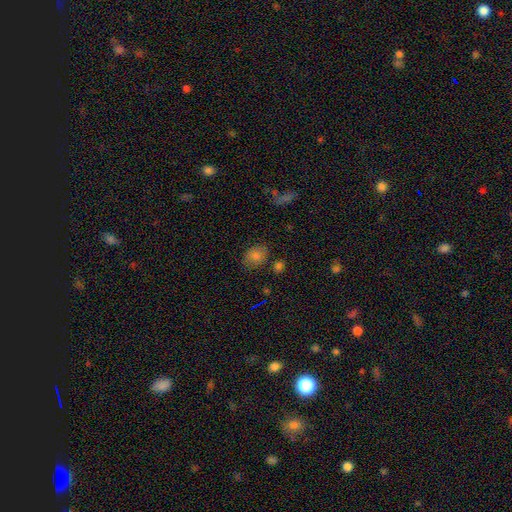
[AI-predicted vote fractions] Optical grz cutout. It shows a smooth galaxy with no disk features (73%) that is in between round and cigar-shaped (58%). Merging: none (78%).